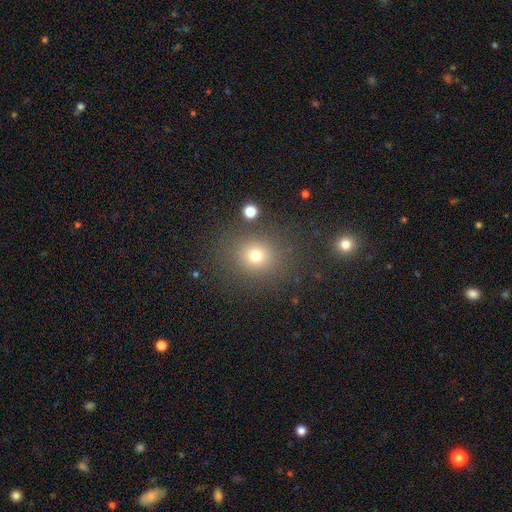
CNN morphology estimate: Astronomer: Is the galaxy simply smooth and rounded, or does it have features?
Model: smooth — 73%.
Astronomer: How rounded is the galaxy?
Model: round — 75%.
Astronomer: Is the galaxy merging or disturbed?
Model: none — 82%.